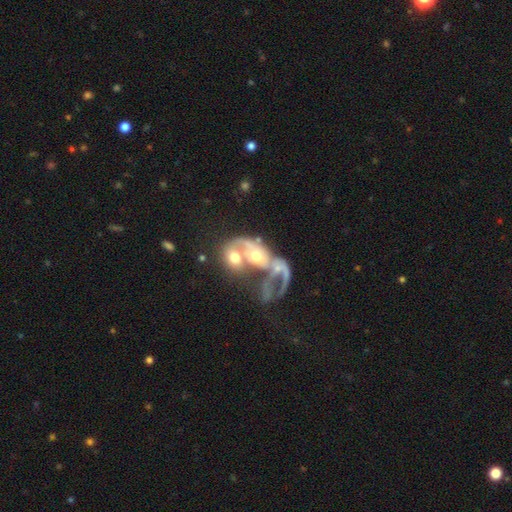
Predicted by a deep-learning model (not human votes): A featured or disk galaxy (67%) with no bar (79%), no spiral arms (53%) and a moderate central bulge (58%).

Vote fractions:
- Smooth or featured? featured or disk: 67% / smooth: 22% / star or artifact: 11%
- Edge-on disk? no: 95% / yes: 5%
- Bar? no: 79% / weak: 16% / strong: 5%
- Spiral arms? no: 53% / yes: 47%
- Bulge size? moderate: 58% / small: 24% / large: 8% / none: 7% / dominant: 2%
- Merging? merger: 74% / major disturbance: 15% / none: 7% / minor disturbance: 4%